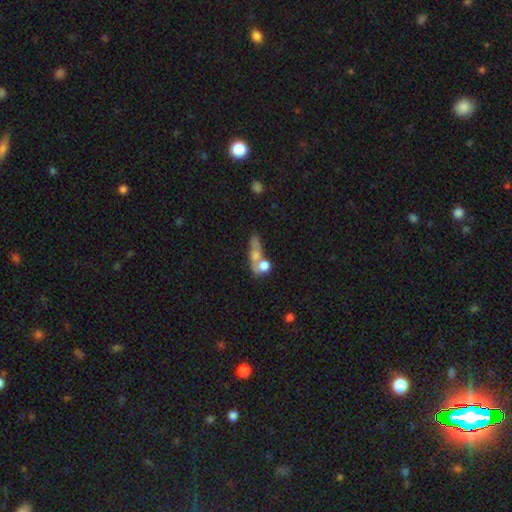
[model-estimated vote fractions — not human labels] Overall: smooth (53%; featured or disk 33%). How rounded: in between (40%; cigar-shaped 31%). Merging: merger (39%; none 36%).